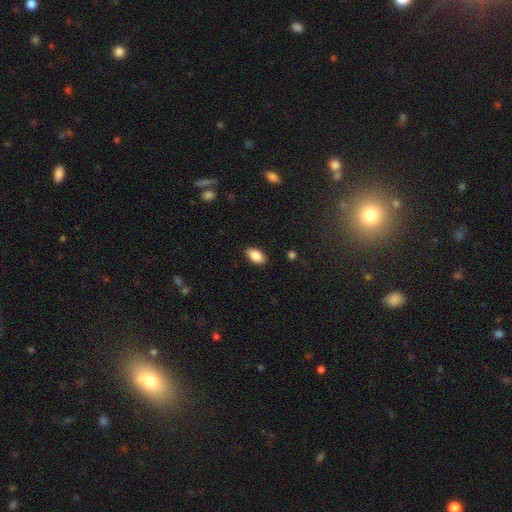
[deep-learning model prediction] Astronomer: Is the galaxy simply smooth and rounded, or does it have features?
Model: smooth — 86%.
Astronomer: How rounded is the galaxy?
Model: in between — 93%.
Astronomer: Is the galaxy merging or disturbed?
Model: none — 88%.